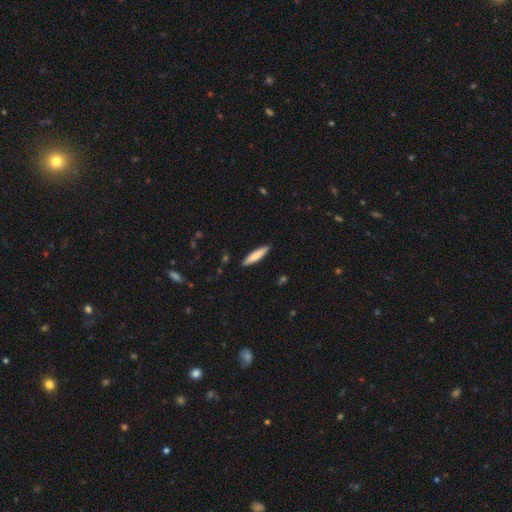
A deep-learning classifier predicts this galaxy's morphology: type=smooth (78%); roundness=cigar-shaped (86%); merging=none (90%).